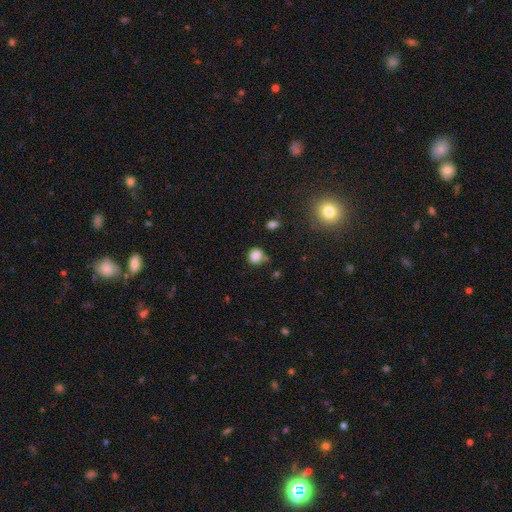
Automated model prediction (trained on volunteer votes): This is clearly a smooth galaxy (84%). How rounded: likely round (70%). Merging: likely none (65%).